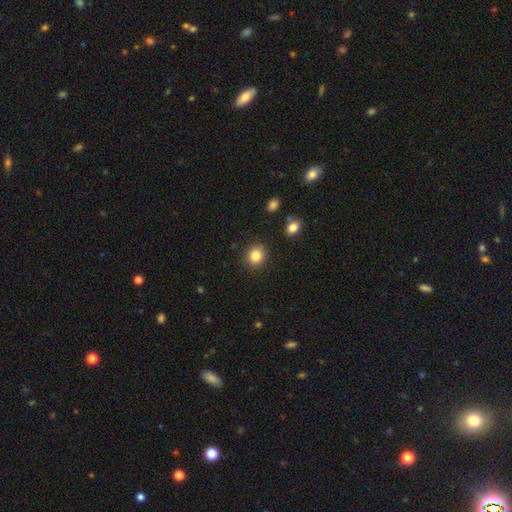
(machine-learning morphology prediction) Smooth or featured? Predicted: smooth (p=0.84). How rounded? Predicted: round (p=0.78). Merging? Predicted: none (p=0.90).